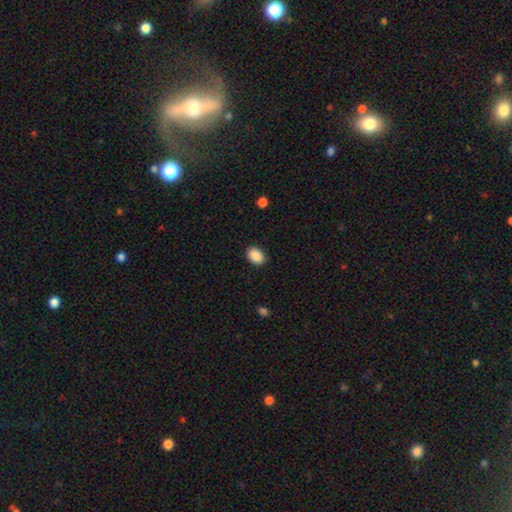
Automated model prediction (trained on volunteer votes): smooth-or-featured: smooth: 90% | star or artifact: 7% | featured or disk: 3%
  how-rounded: in between: 77% | round: 22% | cigar-shaped: 1%
  merging: none: 88% | minor disturbance: 9% | major disturbance: 2% | merger: 1%